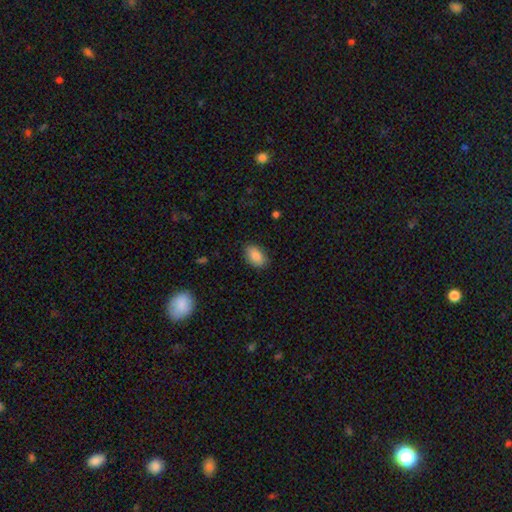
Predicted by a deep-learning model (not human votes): smooth_or_featured: smooth (p=0.87) [alt: star or artifact p=0.07]
how_rounded: in between (p=0.90) [alt: round p=0.08]
merging: none (p=0.85) [alt: minor disturbance p=0.11]